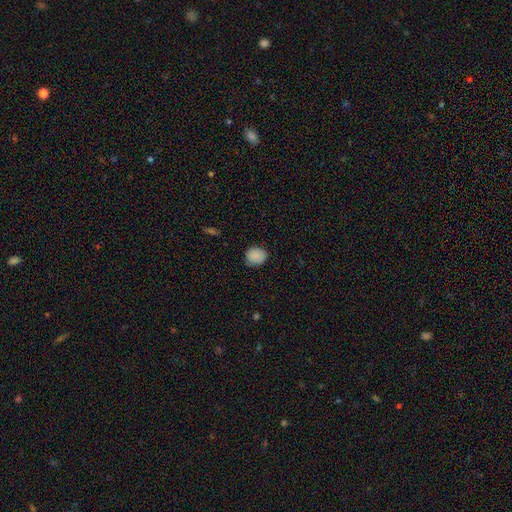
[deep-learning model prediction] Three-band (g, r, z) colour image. It shows a smooth galaxy with no disk features (86%) that is round (72%). Merging: none (78%).